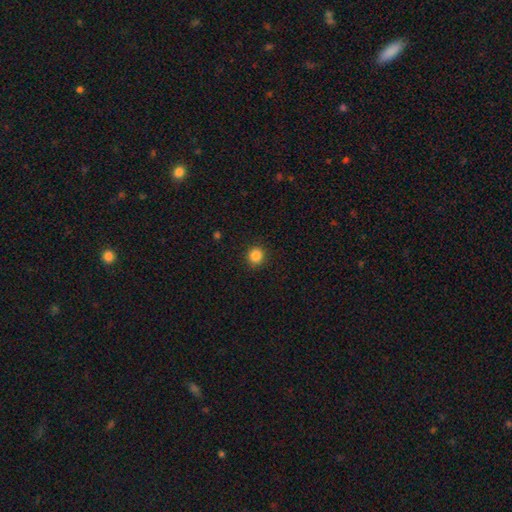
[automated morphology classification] type=smooth (85%); roundness=round (90%); merging=none (91%).